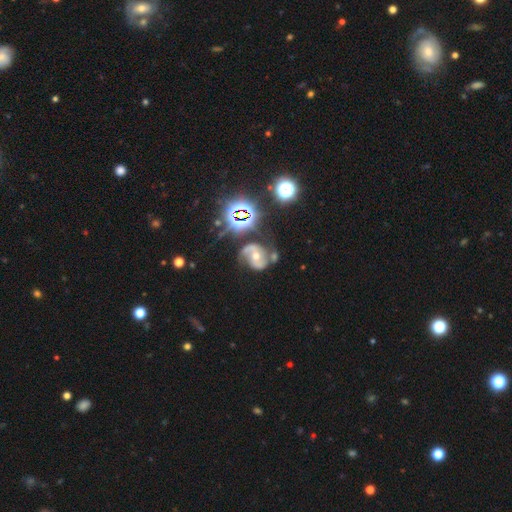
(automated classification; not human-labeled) This appears to be a featured or disk galaxy (77%) with no bar (55%), 2 (86%) medium (52%) spiral arms (94%) and a moderate central bulge (66%). Merging: none (56%).